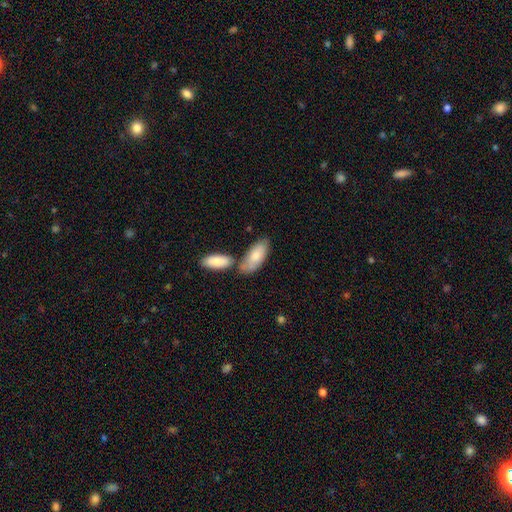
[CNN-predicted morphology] smooth-or-featured: smooth: 78% | featured or disk: 17% | star or artifact: 5%
  how-rounded: in between: 84% | cigar-shaped: 14% | round: 2%
  merging: none: 51% | merger: 29% | minor disturbance: 16% | major disturbance: 4%